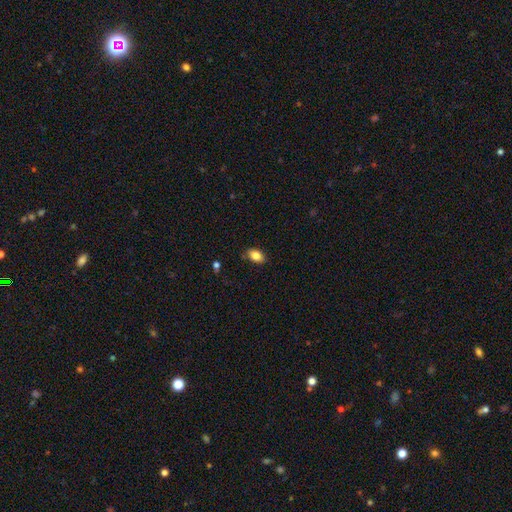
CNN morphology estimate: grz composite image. It shows a smooth galaxy with no disk features (83%) that is in between round and cigar-shaped (87%). Merging: none (83%).